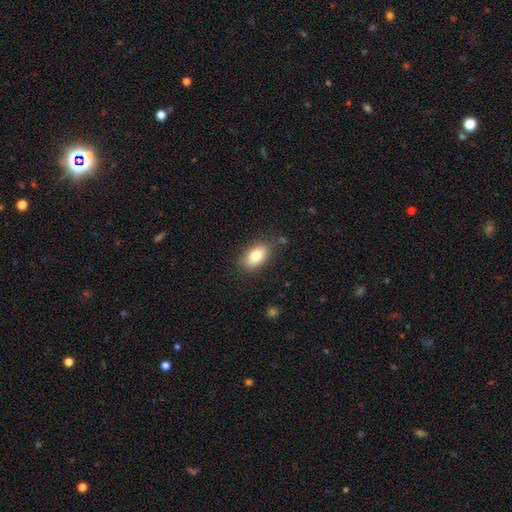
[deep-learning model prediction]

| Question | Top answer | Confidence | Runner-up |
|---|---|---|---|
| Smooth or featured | smooth | 80% | featured or disk (13%) |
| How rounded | in between | 90% | round (7%) |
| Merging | none | 81% | minor disturbance (13%) |